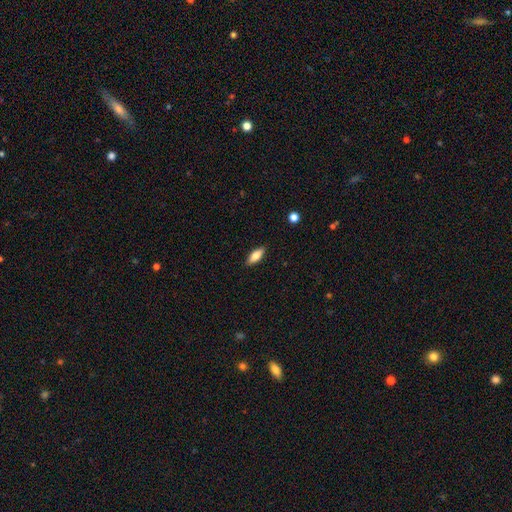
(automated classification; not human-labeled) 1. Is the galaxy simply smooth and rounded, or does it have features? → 75% smooth, 18% featured or disk, 7% star or artifact.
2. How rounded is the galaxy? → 75% in between, 23% cigar-shaped, 3% round.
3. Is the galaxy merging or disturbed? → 88% none, 9% minor disturbance, 2% major disturbance, 1% merger.